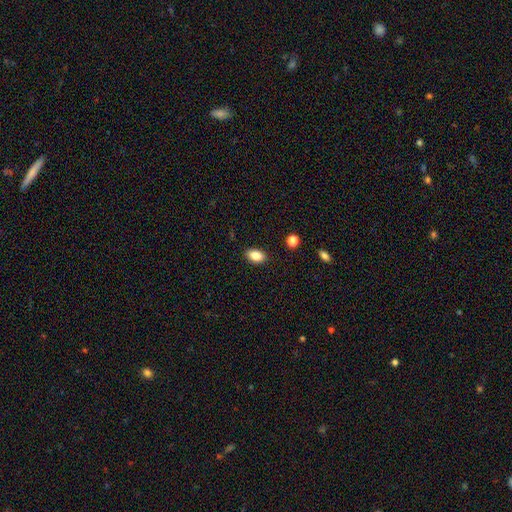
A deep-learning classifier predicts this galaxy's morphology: smooth 85%, star or artifact 8%, featured or disk 7%. Down the decision tree: how rounded — in between (90%); merging — none (88%).